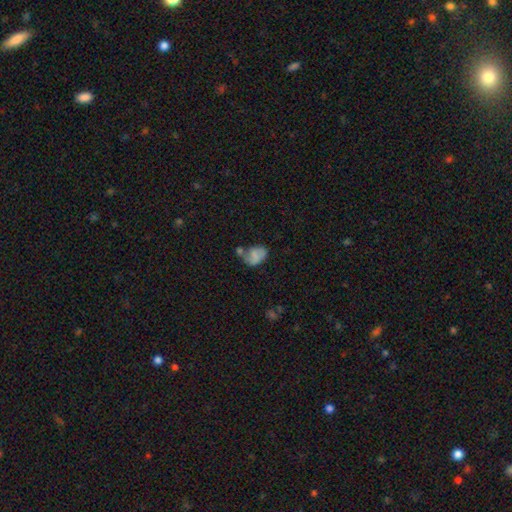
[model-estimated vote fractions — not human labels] Smooth or featured: smooth — 70% (featured or disk — 19%)
How rounded: in between — 78% (round — 21%)
Merging: none — 30% (tied with merger — 30%)